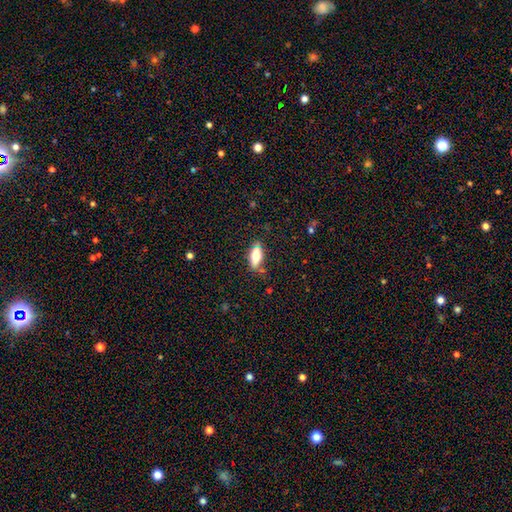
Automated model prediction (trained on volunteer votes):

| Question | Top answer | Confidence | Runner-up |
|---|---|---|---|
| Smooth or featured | smooth | 67% | featured or disk (26%) |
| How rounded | in between | 72% | cigar-shaped (26%) |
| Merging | none | 79% | minor disturbance (15%) |